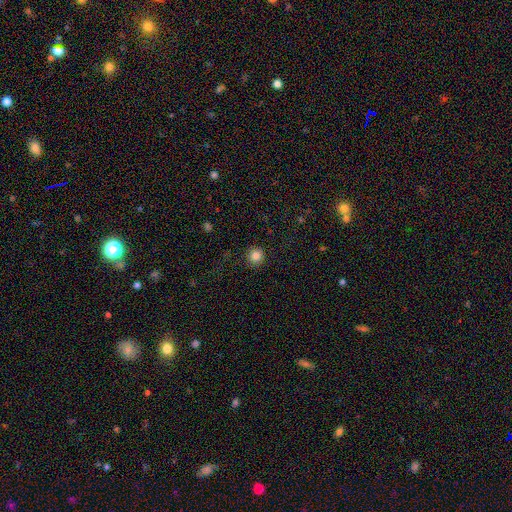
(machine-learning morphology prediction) The model was most divided on "smooth or featured": smooth: 85%, star or artifact: 11%, featured or disk: 4%. More confident: how rounded — round (94%); merging — none (91%).